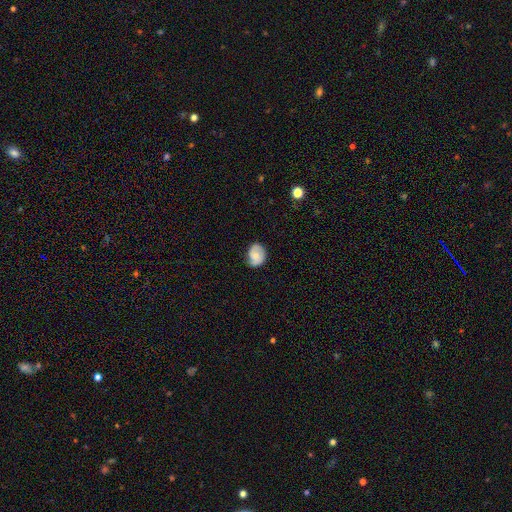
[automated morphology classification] Smooth or featured? smooth (55%)
How rounded? in between (54%)
Merging? none (71%)